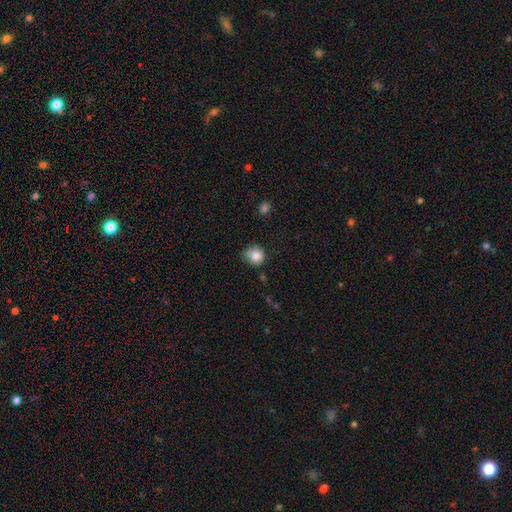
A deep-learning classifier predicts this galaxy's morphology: Smooth or featured?
  - smooth: 84% *
  - star or artifact: 10%
  - featured or disk: 6%
How rounded?
  - round: 88% *
  - in between: 11%
  - cigar-shaped: 1%
Merging?
  - none: 63% *
  - minor disturbance: 28%
  - major disturbance: 6%
  - merger: 3%